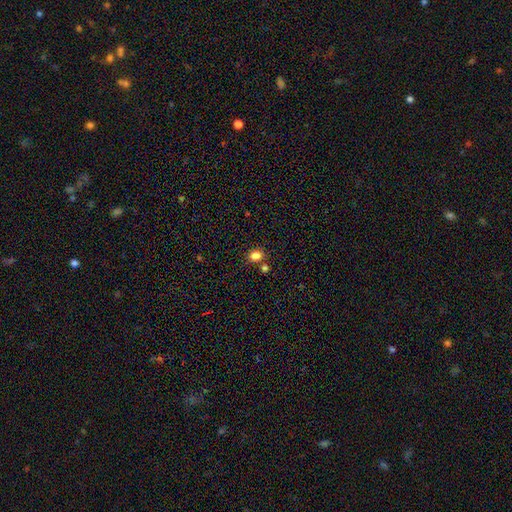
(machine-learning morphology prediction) type=smooth (82%); roundness=in between (50%); merging=none (75%).